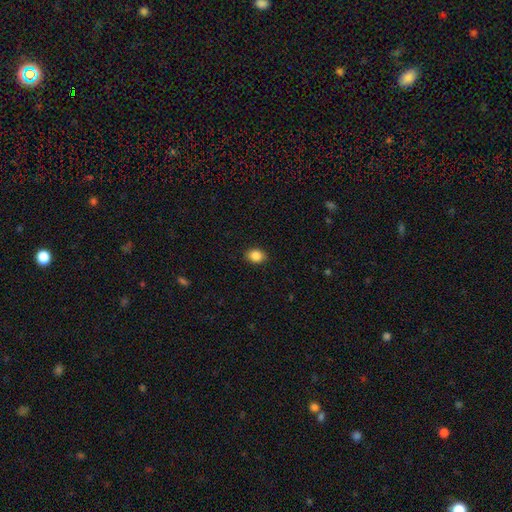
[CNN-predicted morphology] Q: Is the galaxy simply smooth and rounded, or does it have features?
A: smooth — 87%.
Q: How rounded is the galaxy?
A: in between — 62%.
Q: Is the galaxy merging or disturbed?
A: none — 89%.